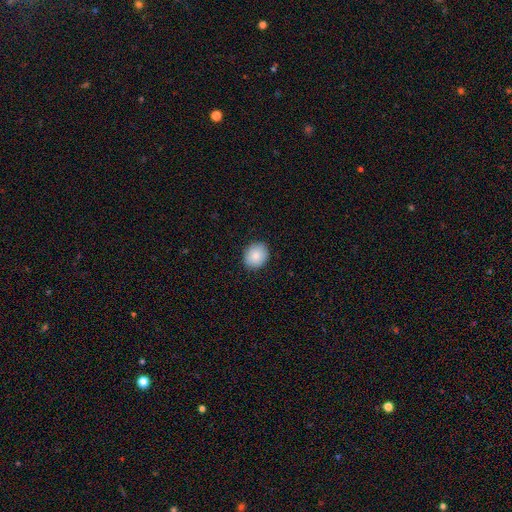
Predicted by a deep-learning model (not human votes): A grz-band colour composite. It shows a smooth galaxy with no disk features (87%) that is round (63%). Merging: none (89%).